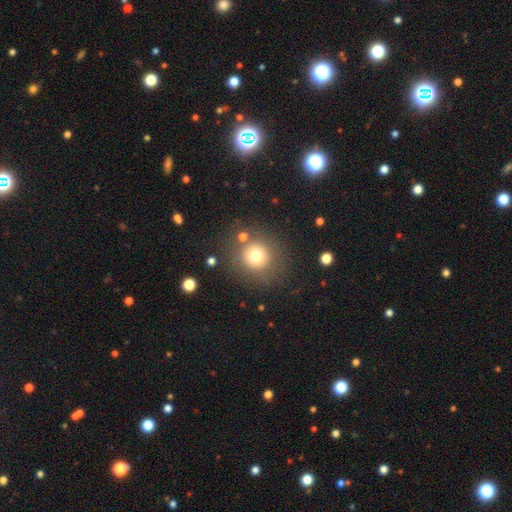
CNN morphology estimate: This appears to be a smooth galaxy with no disk features (72%) that is round (93%). Merging: none (79%).